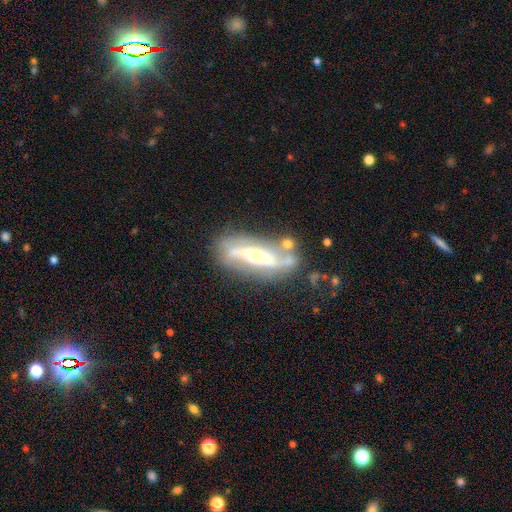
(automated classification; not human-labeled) featured or disk 75%, smooth 18%, star or artifact 7%. Down the decision tree: edge-on disk — no (79%); bar — no (37%); spiral arms — yes (81%); bulge size — moderate (48%); merging — none (61%).